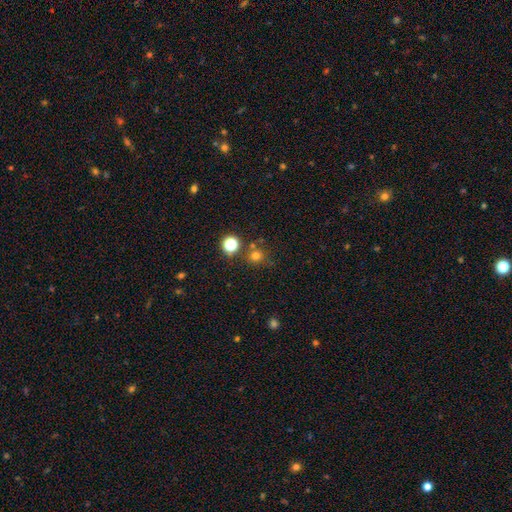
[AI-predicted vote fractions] This is likely a smooth galaxy (72%). How rounded: clearly round (92%). Merging: likely none (75%).